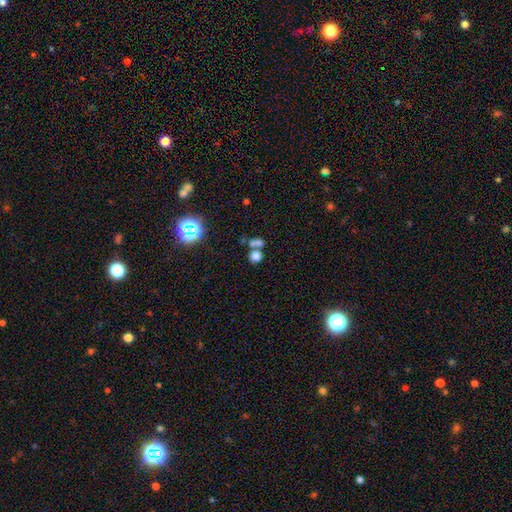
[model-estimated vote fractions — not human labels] A smooth galaxy with no disk features (70%) that is round (81%).

Vote fractions:
- Smooth or featured? smooth: 70% / star or artifact: 20% / featured or disk: 11%
- How rounded? round: 81% / in between: 18% / cigar-shaped: 1%
- Merging? merger: 47% / none: 42% / minor disturbance: 6% / major disturbance: 4%